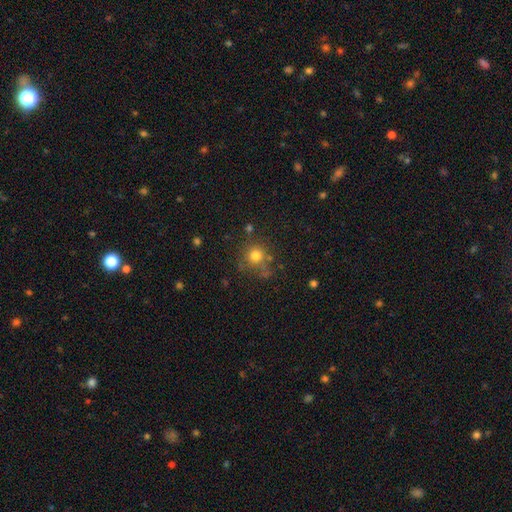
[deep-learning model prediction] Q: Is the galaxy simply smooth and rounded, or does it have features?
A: smooth — 76%.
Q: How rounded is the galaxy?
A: round — 91%.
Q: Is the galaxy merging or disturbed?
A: none — 73%.